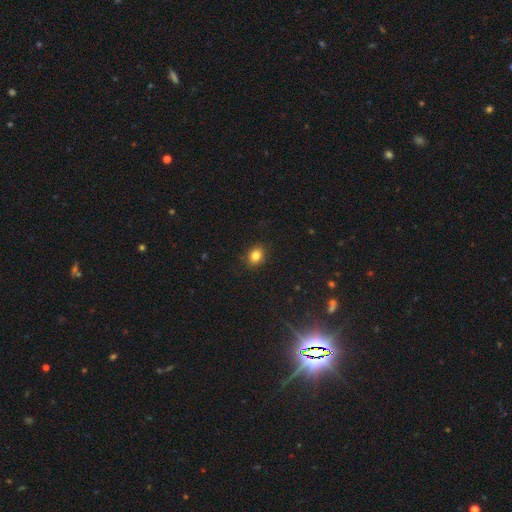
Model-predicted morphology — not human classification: This is clearly a smooth galaxy (84%). How rounded: possibly in between (56%). Merging: clearly none (88%).